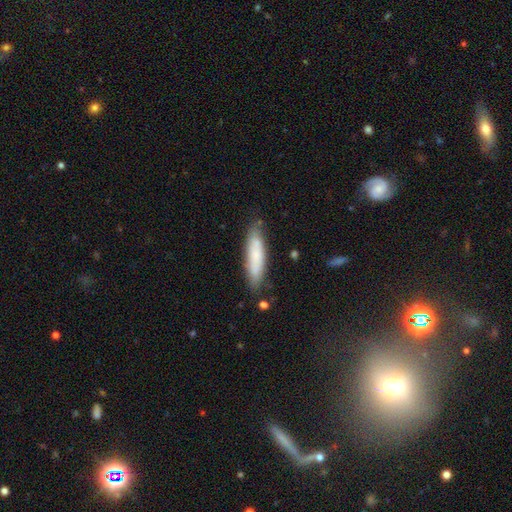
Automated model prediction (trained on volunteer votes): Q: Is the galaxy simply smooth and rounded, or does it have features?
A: smooth — 73%.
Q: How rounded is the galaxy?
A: cigar-shaped — 74%.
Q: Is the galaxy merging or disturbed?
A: none — 78%.